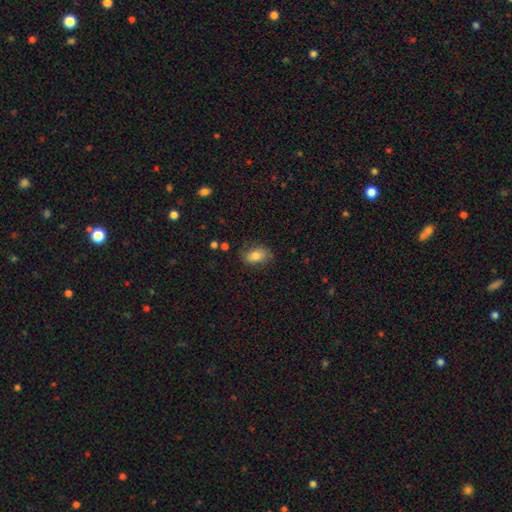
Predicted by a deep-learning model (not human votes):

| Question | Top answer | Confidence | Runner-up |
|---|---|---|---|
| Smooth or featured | smooth | 71% | featured or disk (20%) |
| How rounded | in between | 85% | round (13%) |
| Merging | none | 69% | minor disturbance (21%) |